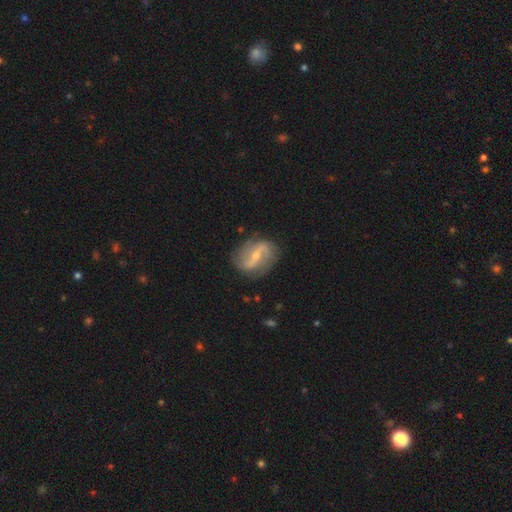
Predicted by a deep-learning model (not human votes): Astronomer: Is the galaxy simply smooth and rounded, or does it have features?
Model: featured or disk — 83%.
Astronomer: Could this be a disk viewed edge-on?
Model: no — 96%.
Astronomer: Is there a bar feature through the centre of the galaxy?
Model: strong — 42% (runner-up: weak, 41%).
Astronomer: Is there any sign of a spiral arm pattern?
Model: yes — 92%.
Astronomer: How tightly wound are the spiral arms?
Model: loose — 57%.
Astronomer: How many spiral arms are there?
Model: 2 — 88%.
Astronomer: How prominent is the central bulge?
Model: small — 59% (runner-up: moderate, 37%).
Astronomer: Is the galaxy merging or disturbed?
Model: none — 79%.